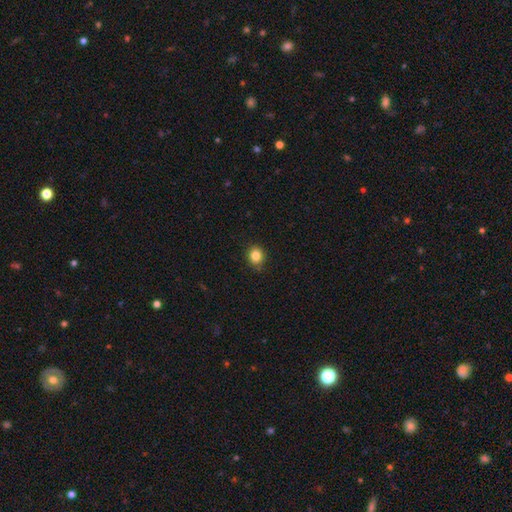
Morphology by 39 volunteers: This is clearly a smooth galaxy (85%). How rounded: clearly round (85%). Merging: clearly none (89%).